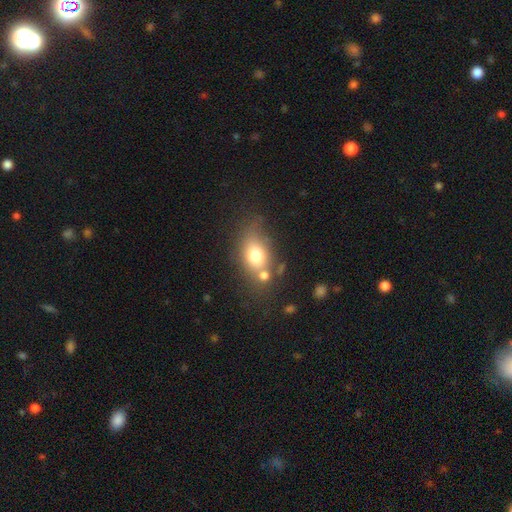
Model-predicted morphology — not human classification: Overall: smooth (71%). How rounded: in between (73%). Merging: none (51%; merger 23%).